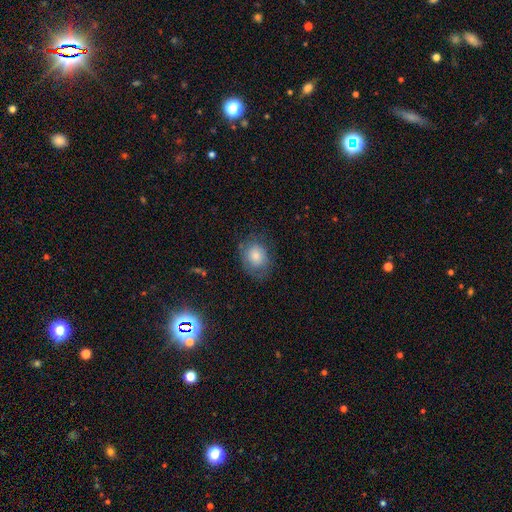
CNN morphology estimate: A smooth galaxy with no disk features (75%) that is round (52%).

Vote fractions:
- Smooth or featured? smooth: 75% / featured or disk: 16% / star or artifact: 9%
- How rounded? round: 52% / in between: 47% / cigar-shaped: 1%
- Merging? none: 67% / minor disturbance: 22% / major disturbance: 10% / merger: 1%